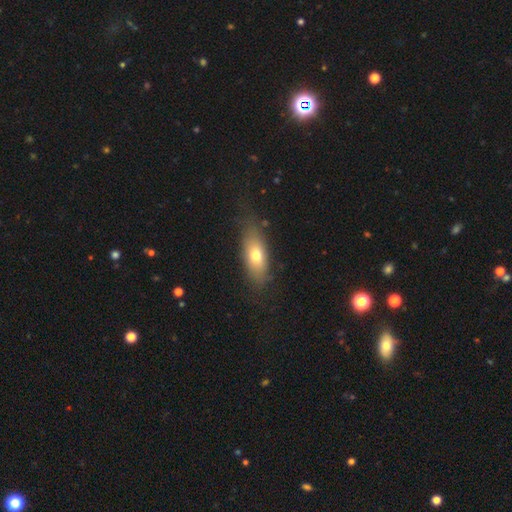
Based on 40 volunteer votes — Smooth or featured? 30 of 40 (75%) said smooth. How rounded? 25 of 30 (83%) said in between. Merging? 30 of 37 (81%) said none.